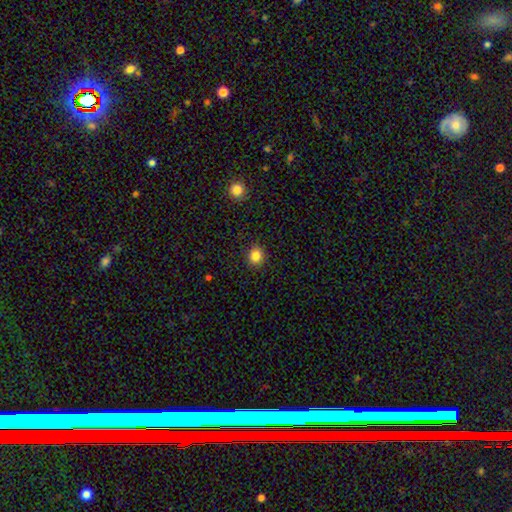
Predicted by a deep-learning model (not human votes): smooth-or-featured: smooth: 85% | star or artifact: 11% | featured or disk: 5%
  how-rounded: round: 81% | in between: 19% | cigar-shaped: 1%
  merging: none: 91% | minor disturbance: 6% | major disturbance: 2% | merger: 1%